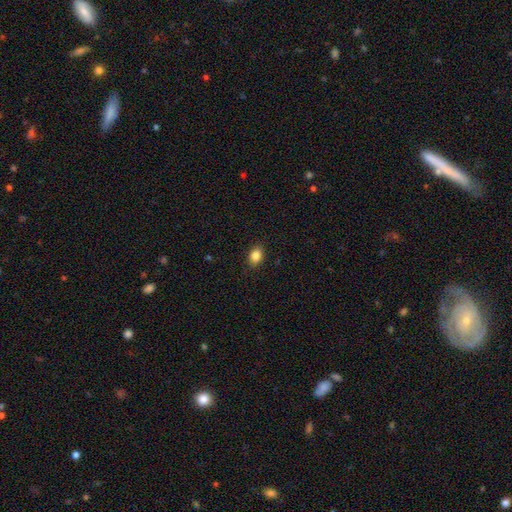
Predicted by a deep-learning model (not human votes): The model was most divided on "how rounded": in between: 71%, round: 28%, cigar-shaped: 1%. More confident: merging — none (89%); smooth or featured — smooth (85%).